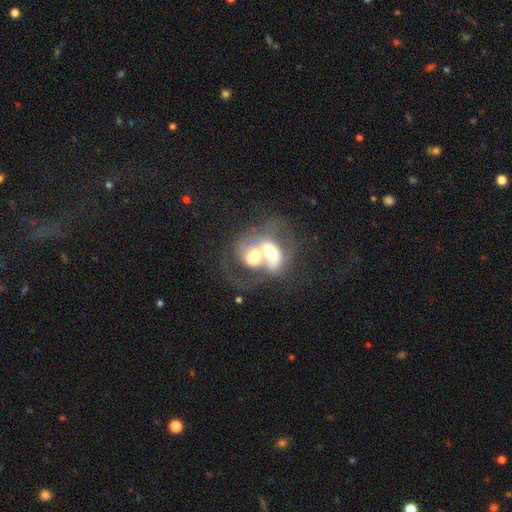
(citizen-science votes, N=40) featured or disk 65%, smooth 30%, star or artifact 5%. Down the decision tree: edge-on disk — no (100%); bar — no (65%); spiral arms — yes (50%, tied with no); spiral arm count — can't tell (62%); spiral winding — loose (46%); bulge size — moderate (58%); merging — merger (76%).